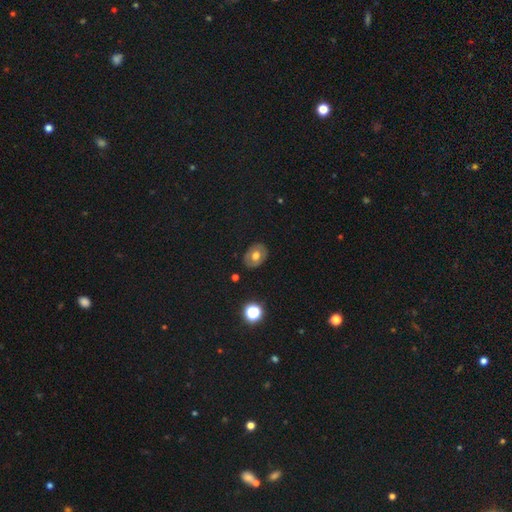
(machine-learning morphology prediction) Q: Smooth or featured?
A: smooth (58%); runner-up: featured or disk (32%)
Q: How rounded?
A: in between (66%); runner-up: round (33%)
Q: Merging?
A: none (84%); runner-up: minor disturbance (12%)